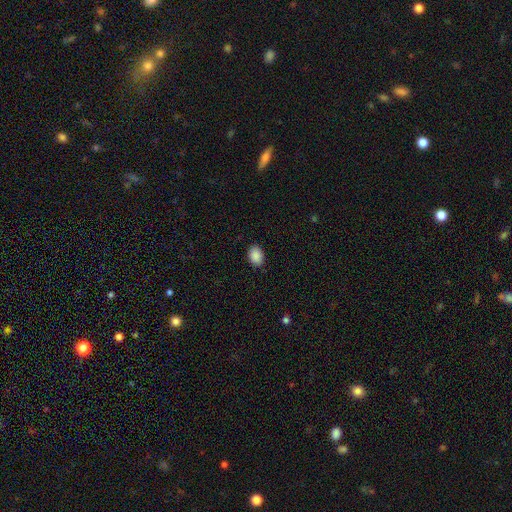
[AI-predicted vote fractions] Q: Smooth or featured?
A: smooth (89%); runner-up: star or artifact (8%)
Q: How rounded?
A: in between (77%); runner-up: round (22%)
Q: Merging?
A: none (88%); runner-up: minor disturbance (9%)